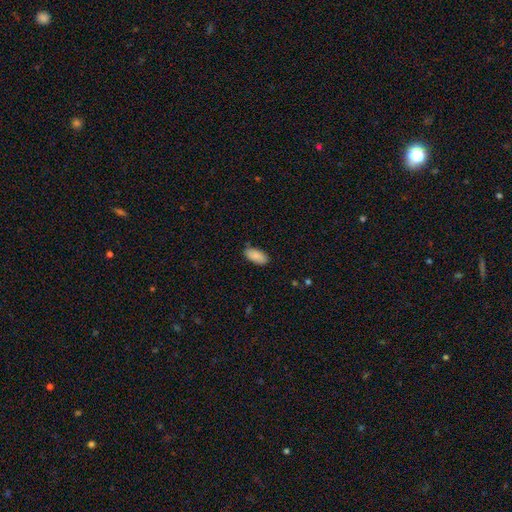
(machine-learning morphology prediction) Overall: smooth (88%). How rounded: in between (91%). Merging: none (82%).